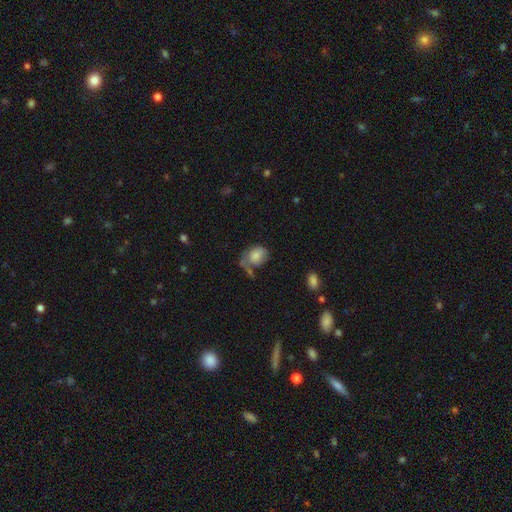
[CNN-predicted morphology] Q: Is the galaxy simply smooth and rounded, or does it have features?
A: smooth — 73%.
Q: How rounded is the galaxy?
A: in between — 65%.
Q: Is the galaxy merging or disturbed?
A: none — 35%.